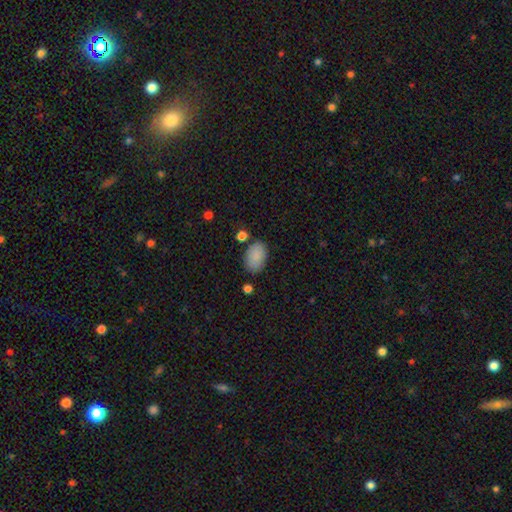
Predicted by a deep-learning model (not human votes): Morphology: type=smooth (88%); roundness=in between (90%); merging=none (79%).